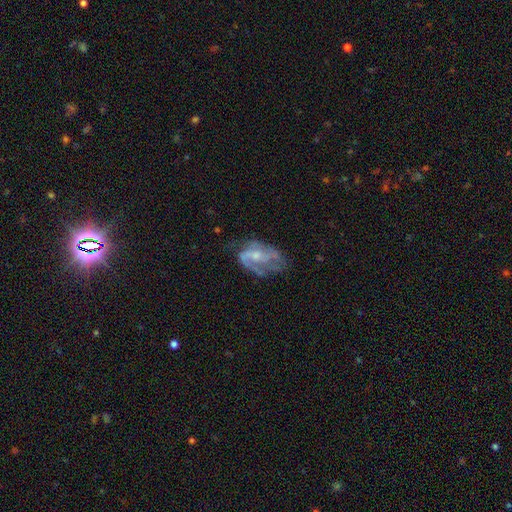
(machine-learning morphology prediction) This is likely a featured or disk galaxy (75%). It is clearly not viewed edge-on (97%). Bar: possibly no (59%). Spiral arm pattern: clearly yes (82%). Spiral arm count: possibly 2 (53%). Spiral winding: marginally medium (45%). Central bulge: possibly small (51%). Merging: possibly none (45%).